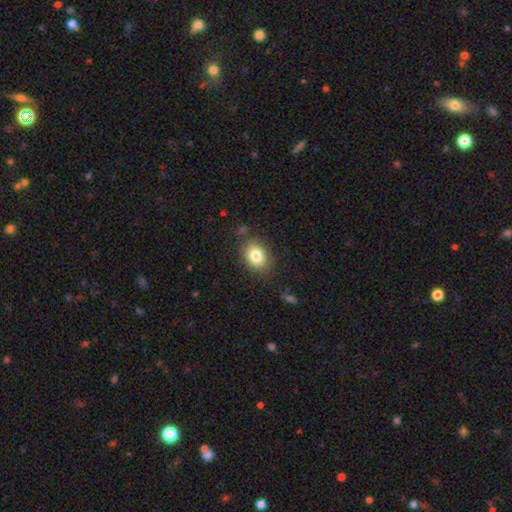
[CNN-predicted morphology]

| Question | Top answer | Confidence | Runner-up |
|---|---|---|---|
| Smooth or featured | smooth | 82% | featured or disk (9%) |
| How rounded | in between | 68% | round (31%) |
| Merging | none | 82% | minor disturbance (12%) |